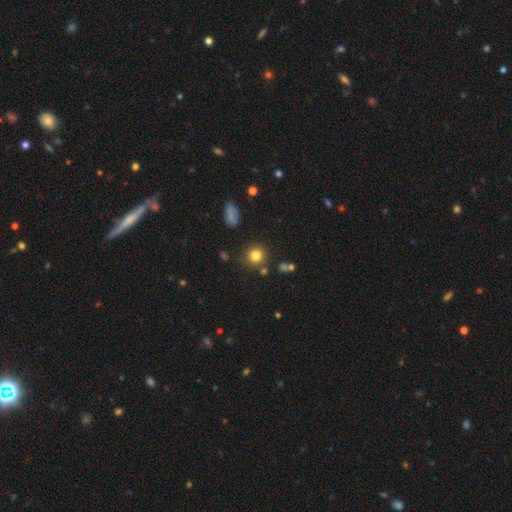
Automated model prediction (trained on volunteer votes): This appears to be a smooth galaxy with no disk features (80%) that is round (90%). Merging: none (81%).